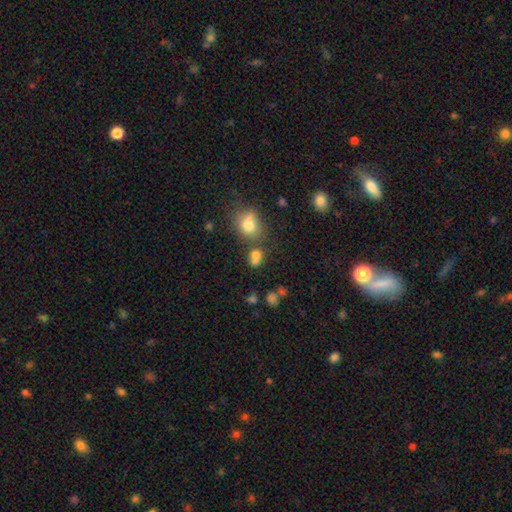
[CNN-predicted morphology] A smooth galaxy with no disk features (74%) that is round (59%). Merging: none (51%).